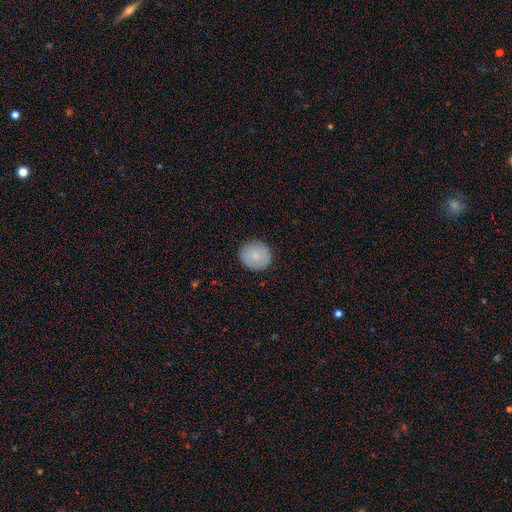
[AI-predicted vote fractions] smooth_or_featured: smooth (p=0.84) [alt: featured or disk p=0.09]
how_rounded: round (p=0.91) [alt: in between p=0.09]
merging: none (p=0.89) [alt: minor disturbance p=0.08]